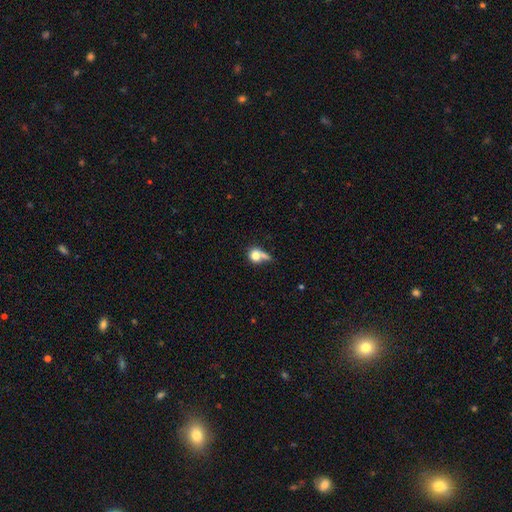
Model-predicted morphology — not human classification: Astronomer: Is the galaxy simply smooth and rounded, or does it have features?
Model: smooth — 73%.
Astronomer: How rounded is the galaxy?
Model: round — 67%.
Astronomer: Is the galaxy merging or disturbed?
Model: merger — 33% (runner-up: none, 32%).